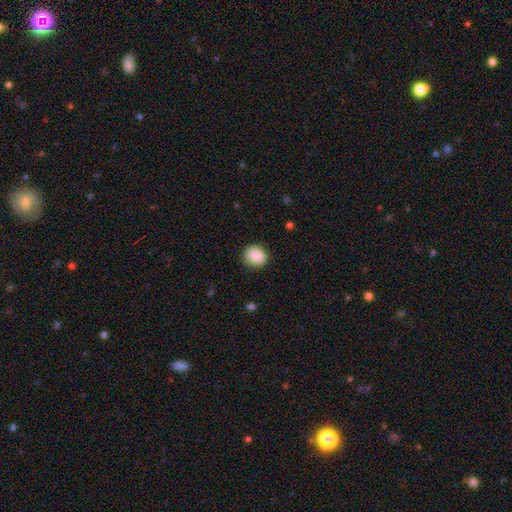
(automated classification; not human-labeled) smooth-or-featured: smooth: 89% | star or artifact: 8% | featured or disk: 4%
  how-rounded: round: 85% | in between: 15% | cigar-shaped: 1%
  merging: none: 89% | minor disturbance: 8% | major disturbance: 2% | merger: 1%